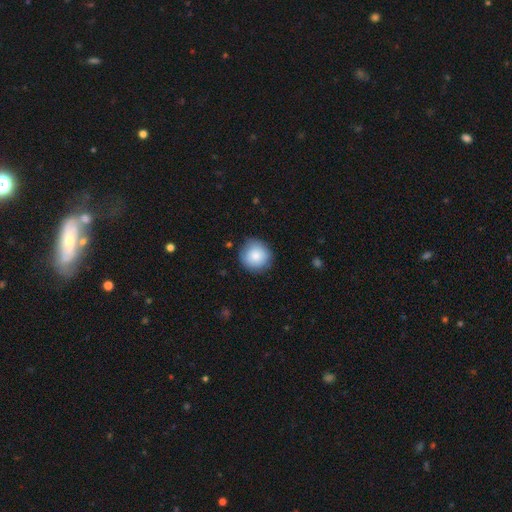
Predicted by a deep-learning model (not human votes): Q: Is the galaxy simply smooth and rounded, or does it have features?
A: smooth — 83%.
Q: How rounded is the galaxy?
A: round — 93%.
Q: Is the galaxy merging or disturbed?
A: none — 83%.